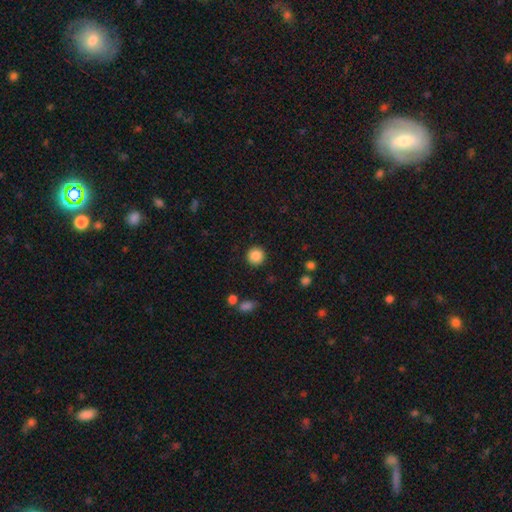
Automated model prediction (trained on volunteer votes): smooth-or-featured: smooth: 87% | star or artifact: 9% | featured or disk: 4%
  how-rounded: round: 94% | in between: 5% | cigar-shaped: 1%
  merging: none: 91% | minor disturbance: 5% | major disturbance: 2% | merger: 1%